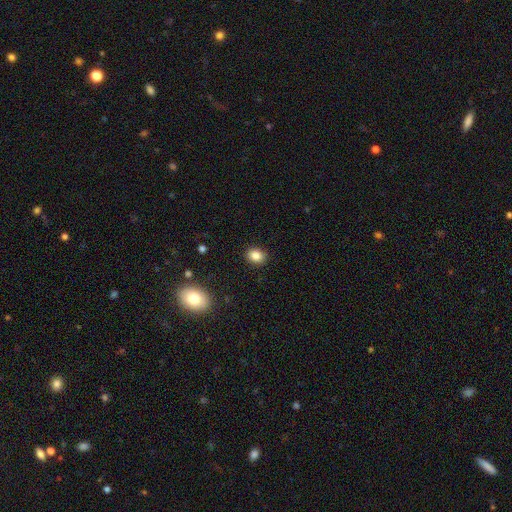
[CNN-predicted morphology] A smooth galaxy with no disk features (85%) that is in between round and cigar-shaped (53%).

Vote fractions:
- Smooth or featured? smooth: 85% / star or artifact: 10% / featured or disk: 5%
- How rounded? in between: 53% / round: 46% / cigar-shaped: 1%
- Merging? none: 90% / minor disturbance: 7% / major disturbance: 2% / merger: 1%